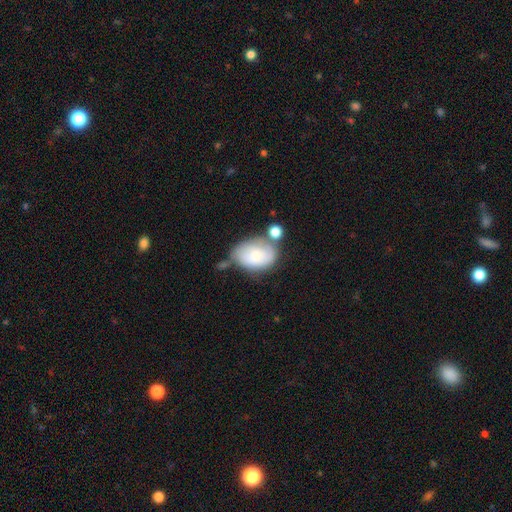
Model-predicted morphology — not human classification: smooth 66%, featured or disk 27%, star or artifact 7%. Down the decision tree: how rounded — in between (82%); merging — none (40%).